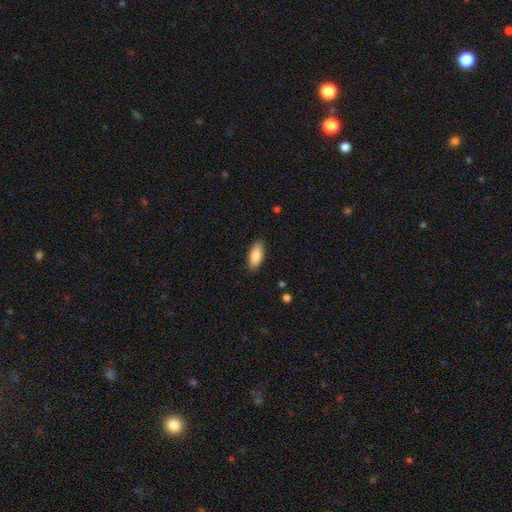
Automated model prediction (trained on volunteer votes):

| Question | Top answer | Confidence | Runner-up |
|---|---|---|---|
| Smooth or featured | smooth | 86% | featured or disk (8%) |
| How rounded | in between | 80% | cigar-shaped (18%) |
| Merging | none | 87% | minor disturbance (10%) |